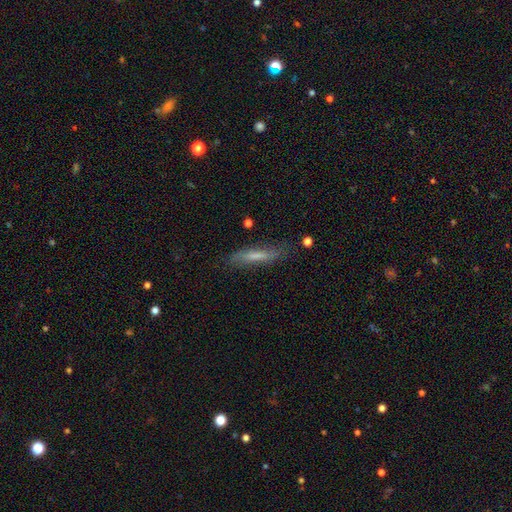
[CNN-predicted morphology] smooth_or_featured: smooth (p=0.54) [alt: featured or disk p=0.36]
how_rounded: cigar-shaped (p=0.85) [alt: in between p=0.13]
merging: none (p=0.76) [alt: minor disturbance p=0.17]